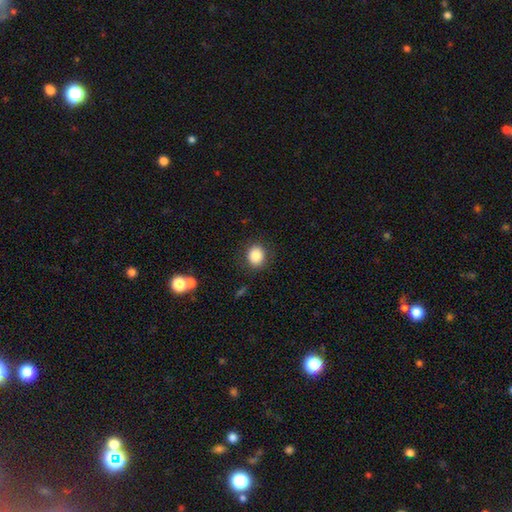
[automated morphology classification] Smooth or featured? Predicted: smooth (p=0.86). How rounded? Predicted: round (p=0.73). Merging? Predicted: none (p=0.86).